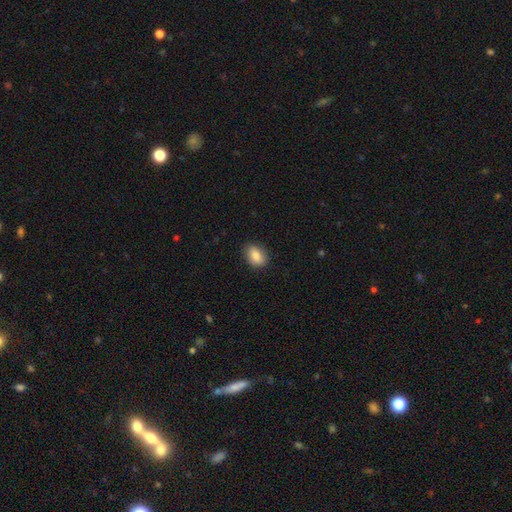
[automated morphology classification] smooth 84%, featured or disk 8%, star or artifact 8%. Down the decision tree: how rounded — in between (80%); merging — none (85%).